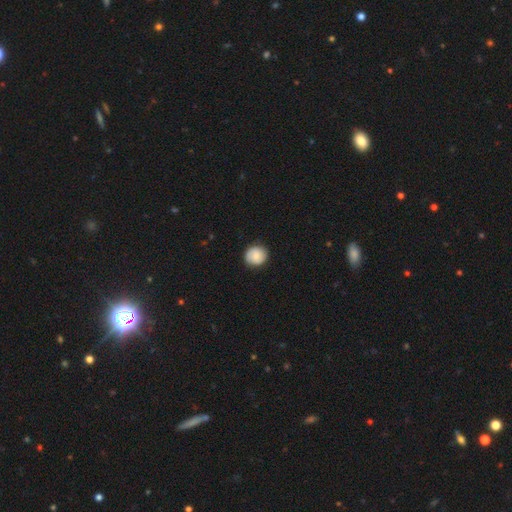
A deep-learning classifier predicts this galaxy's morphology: smooth-or-featured: smooth: 78% | featured or disk: 15% | star or artifact: 7%
  how-rounded: round: 88% | in between: 11% | cigar-shaped: 1%
  merging: none: 86% | minor disturbance: 10% | major disturbance: 2% | merger: 1%